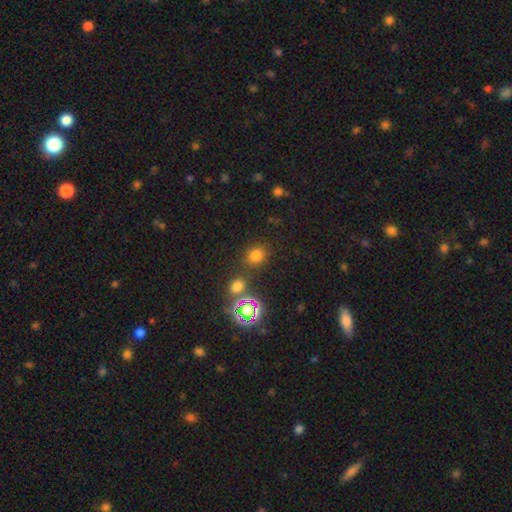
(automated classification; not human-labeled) This appears to be a smooth galaxy with no disk features (69%) that is round (72%). Merging: none (77%).